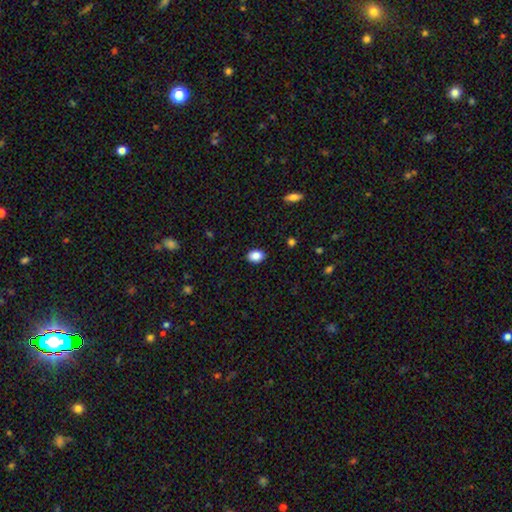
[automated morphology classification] smooth 87%, star or artifact 9%, featured or disk 4%. Down the decision tree: how rounded — in between (74%); merging — none (89%).